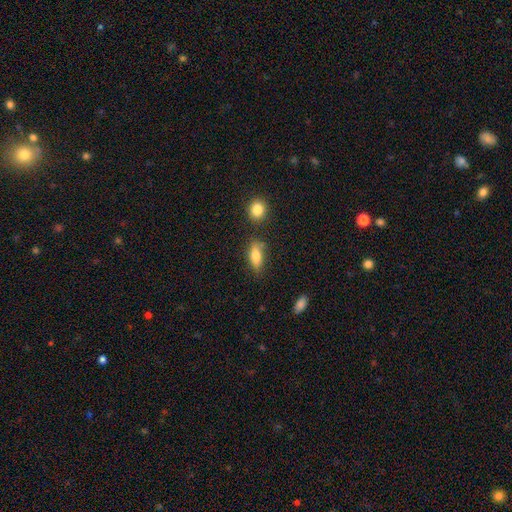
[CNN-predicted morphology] Smooth or featured? smooth (75%)
How rounded? in between (75%)
Merging? none (64%)